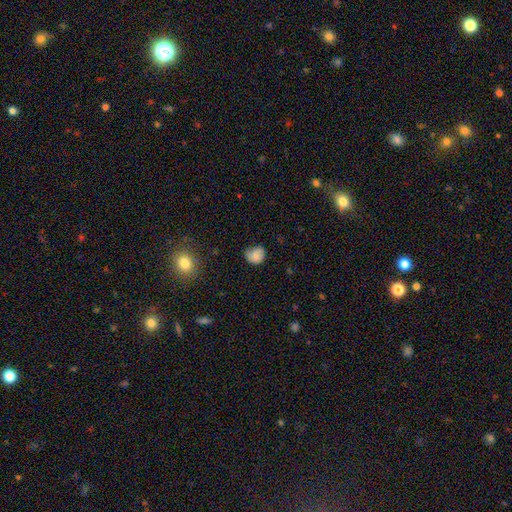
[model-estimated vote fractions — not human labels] Q: Smooth or featured?
A: smooth (75%); runner-up: featured or disk (15%)
Q: How rounded?
A: round (72%); runner-up: in between (27%)
Q: Merging?
A: none (59%); runner-up: minor disturbance (32%)